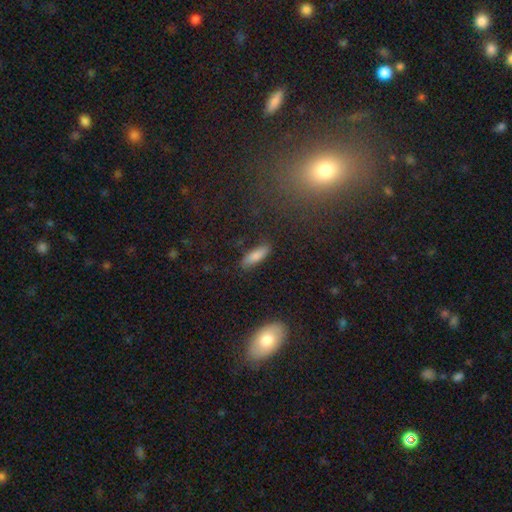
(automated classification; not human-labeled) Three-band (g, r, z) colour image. It shows a smooth galaxy with no disk features (79%) that is in between round and cigar-shaped (51%). Merging: none (82%).